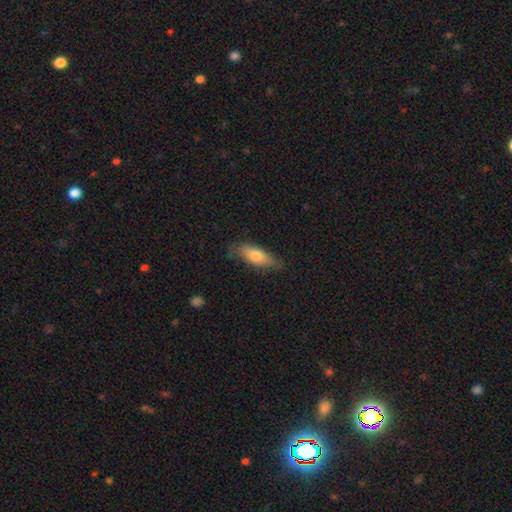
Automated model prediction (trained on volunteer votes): A smooth galaxy with no disk features (74%) that is in between round and cigar-shaped (63%). Merging: none (72%).